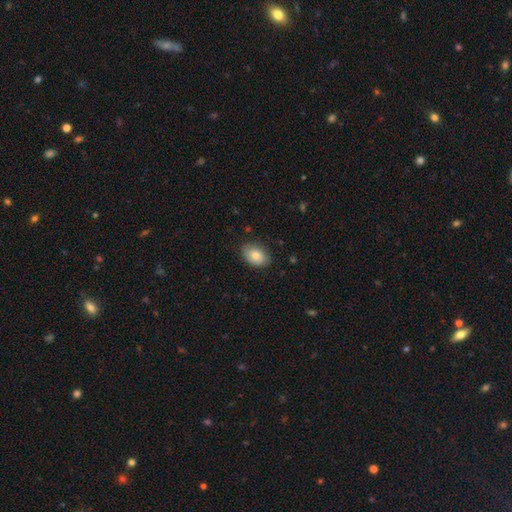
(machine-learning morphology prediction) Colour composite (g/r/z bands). It shows a smooth galaxy with no disk features (84%) that is in between round and cigar-shaped (85%). Merging: none (82%).